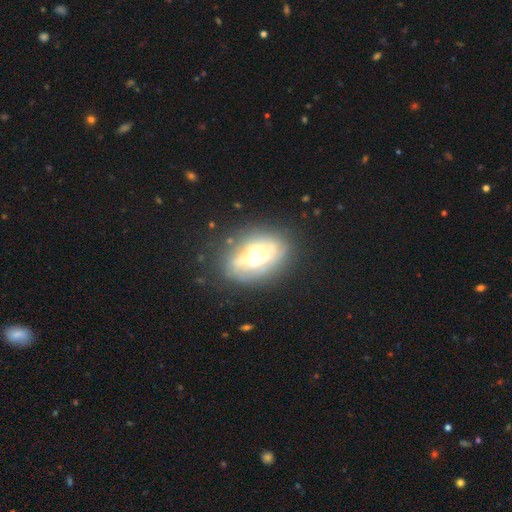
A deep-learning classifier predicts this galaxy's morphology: Overall: featured or disk (61%; smooth 27%). Edge-on disk: no (88%). Bar: no (62%; weak 24%). Spiral arms: yes (52%; no 48%). Bulge size: large (43%; moderate 42%). Merging: none (72%).